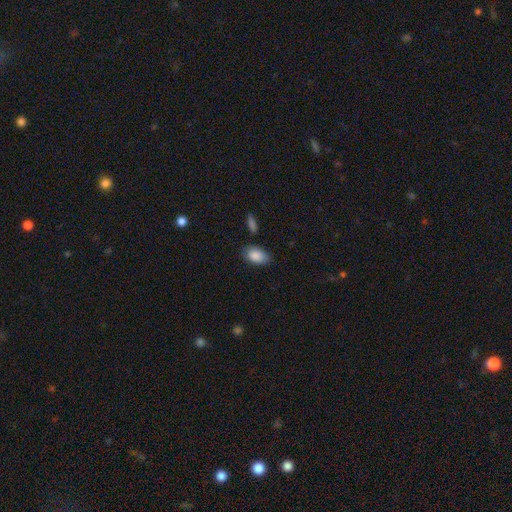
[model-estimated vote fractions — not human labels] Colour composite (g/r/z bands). It shows a smooth galaxy with no disk features (88%) that is in between round and cigar-shaped (92%). Merging: none (77%).